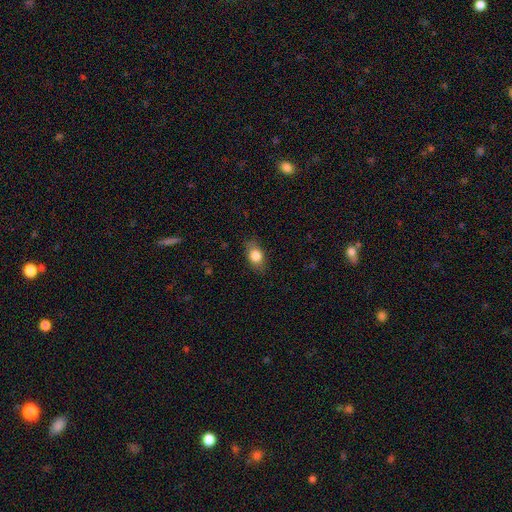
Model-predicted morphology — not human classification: Smooth or featured: smooth — 81% (featured or disk — 12%)
How rounded: in between — 80% (round — 17%)
Merging: none — 82% (minor disturbance — 13%)